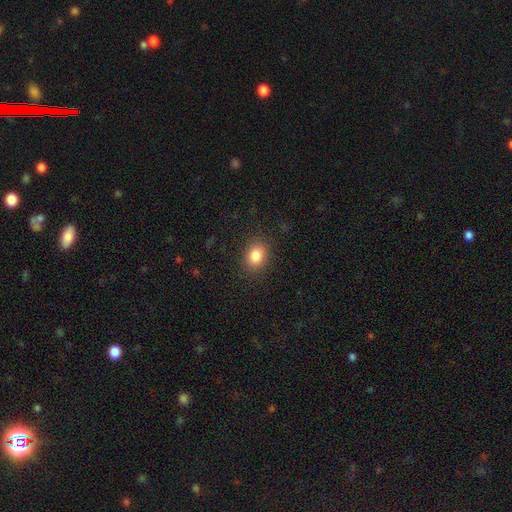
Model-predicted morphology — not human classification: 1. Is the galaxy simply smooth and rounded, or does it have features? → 84% smooth, 10% star or artifact, 6% featured or disk.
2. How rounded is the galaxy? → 59% in between, 40% round, 1% cigar-shaped.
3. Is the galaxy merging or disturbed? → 87% none, 9% minor disturbance, 3% major disturbance, 1% merger.